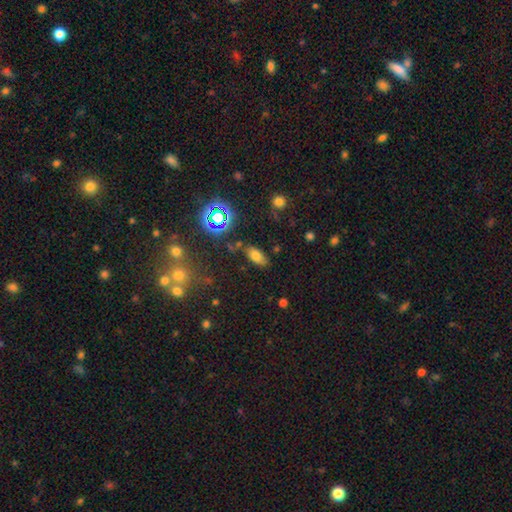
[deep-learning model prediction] smooth 66%, star or artifact 21%, featured or disk 13%. Down the decision tree: how rounded — in between (87%); merging — none (76%).